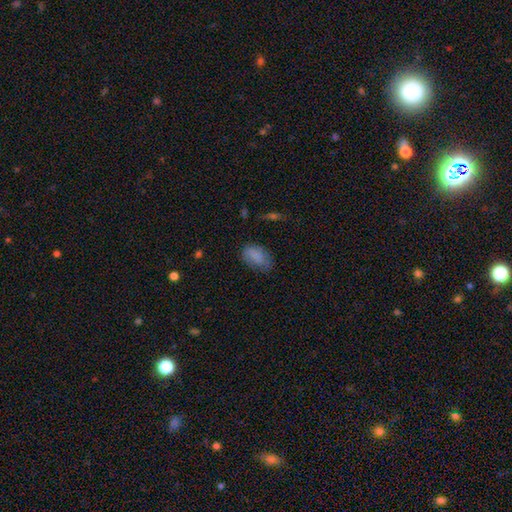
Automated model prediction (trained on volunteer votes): Overall: smooth (81%). How rounded: in between (89%). Merging: none (62%; minor disturbance 27%).